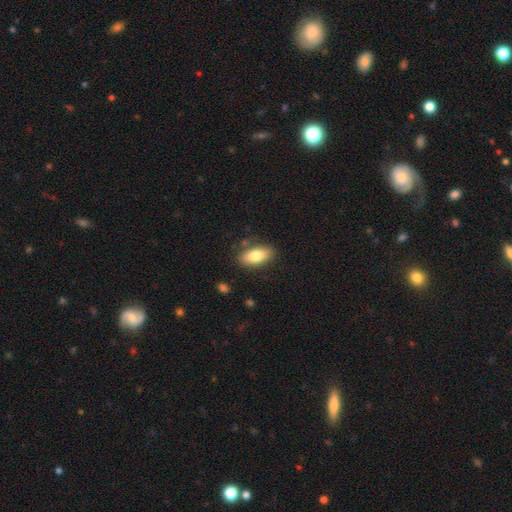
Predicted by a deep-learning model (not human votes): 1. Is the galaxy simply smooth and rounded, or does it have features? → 79% smooth, 15% featured or disk, 7% star or artifact.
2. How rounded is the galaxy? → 88% in between, 8% cigar-shaped, 4% round.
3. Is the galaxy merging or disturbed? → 83% none, 12% minor disturbance, 3% major disturbance, 3% merger.